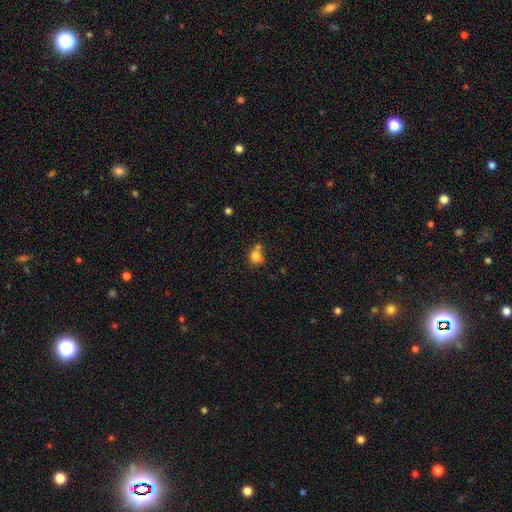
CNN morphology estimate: This is likely a smooth galaxy (78%). How rounded: likely round (72%). Merging: possibly none (49%).